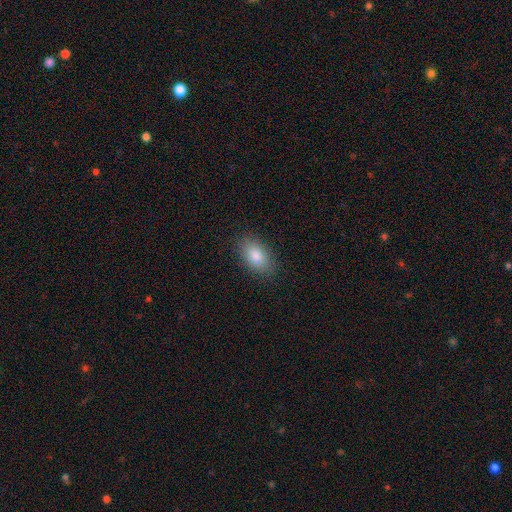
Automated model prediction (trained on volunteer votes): smooth 84%, featured or disk 8%, star or artifact 8%. Down the decision tree: how rounded — in between (91%); merging — none (87%).